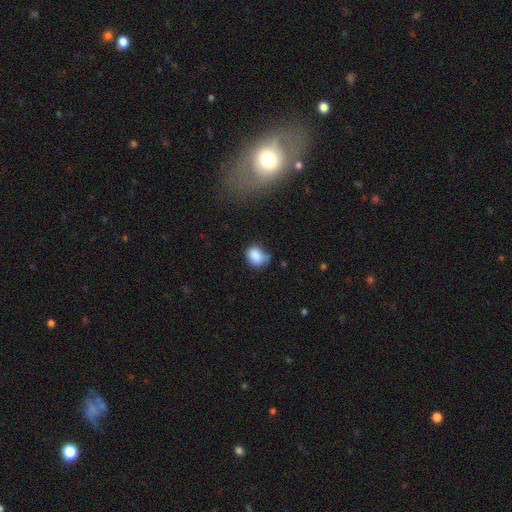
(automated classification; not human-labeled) The model was most divided on "how rounded": in between: 56%, round: 43%, cigar-shaped: 1%. More confident: smooth or featured — smooth (84%); merging — none (51%).